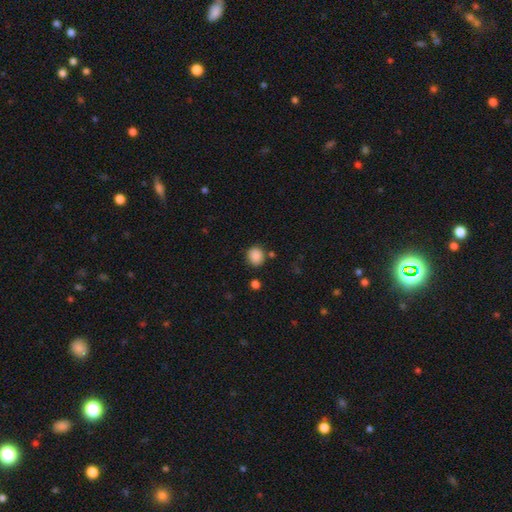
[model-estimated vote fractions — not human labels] Q: Smooth or featured?
A: smooth (87%); runner-up: star or artifact (9%)
Q: How rounded?
A: round (78%); runner-up: in between (21%)
Q: Merging?
A: none (81%); runner-up: minor disturbance (11%)